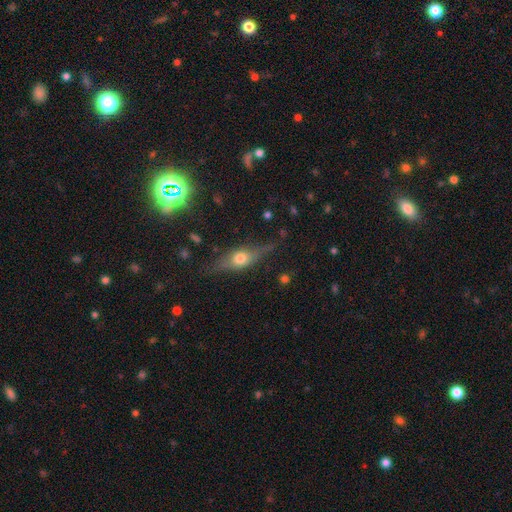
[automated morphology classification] Overall: featured or disk (62%; smooth 22%). Edge-on disk: yes (89%). Edge-on bulge: rounded (94%). Merging: none (79%).